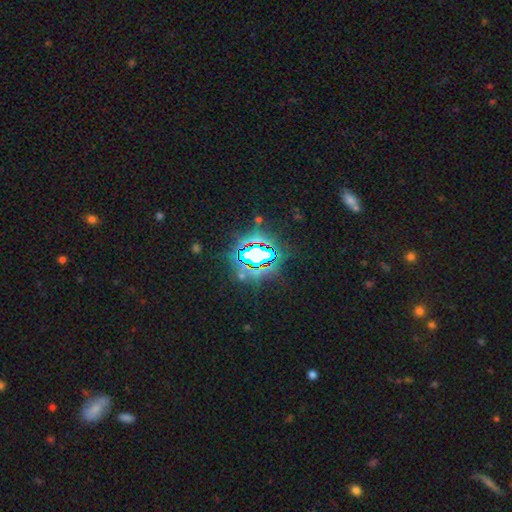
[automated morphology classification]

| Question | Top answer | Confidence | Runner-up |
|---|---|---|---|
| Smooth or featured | star or artifact | 77% | smooth (12%) |